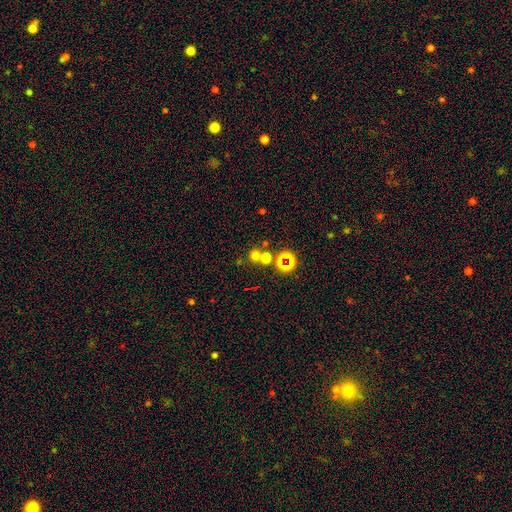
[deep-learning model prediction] The model was most divided on "merging": none: 59%, merger: 31%, minor disturbance: 7%, major disturbance: 3%. More confident: how rounded — round (87%); smooth or featured — smooth (61%).